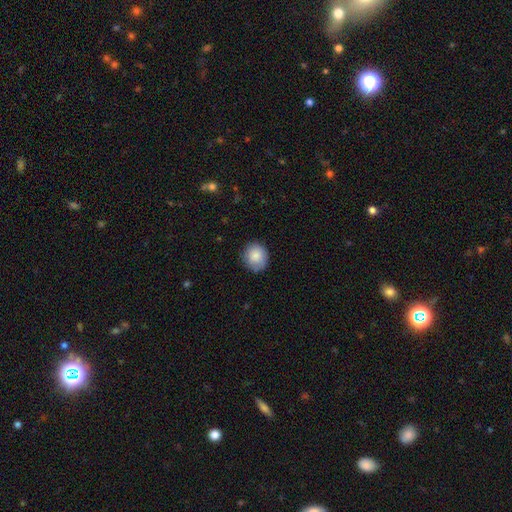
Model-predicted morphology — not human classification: Smooth or featured: smooth — 85% (featured or disk — 7%)
How rounded: round — 80% (in between — 19%)
Merging: none — 81% (minor disturbance — 15%)